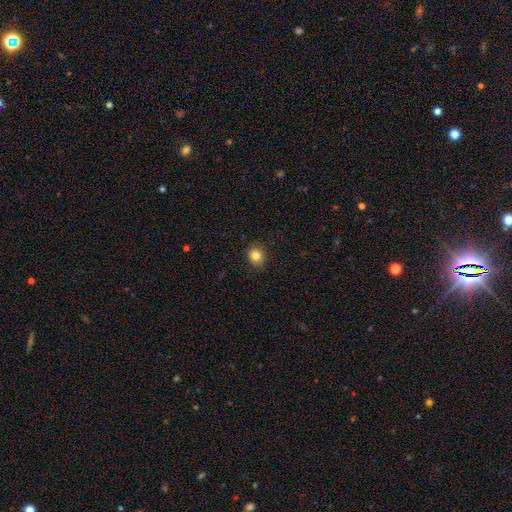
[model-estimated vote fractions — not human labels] Morphology: type=smooth (84%); roundness=round (77%); merging=none (87%).